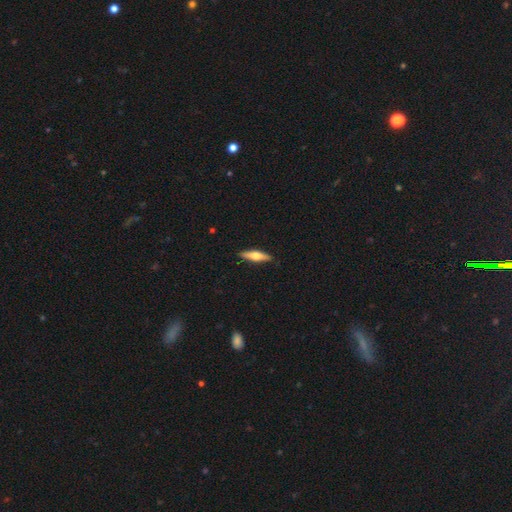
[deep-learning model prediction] Smooth or featured? Predicted: smooth (p=0.48). Merging? Predicted: none (p=0.89).